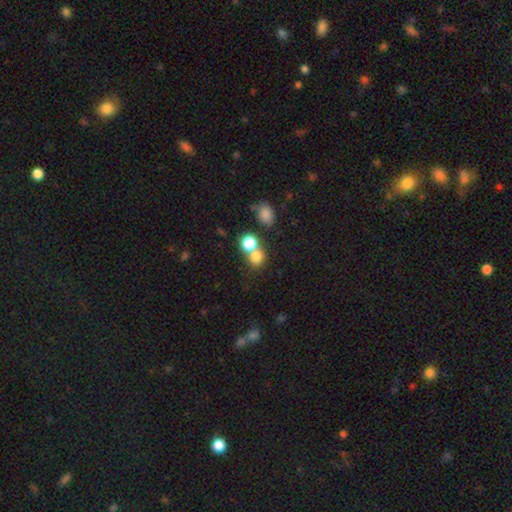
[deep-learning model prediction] smooth_or_featured: smooth (p=0.77) [alt: star or artifact p=0.15]
how_rounded: round (p=0.81) [alt: in between p=0.18]
merging: none (p=0.48) [alt: merger p=0.41]